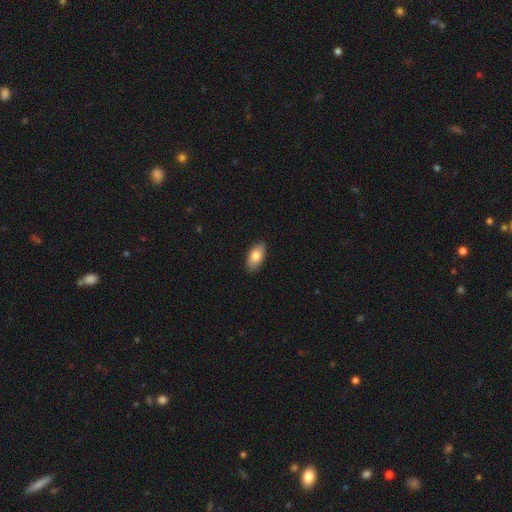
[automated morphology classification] This is clearly a smooth galaxy (80%). How rounded: clearly in between (93%). Merging: clearly none (89%).